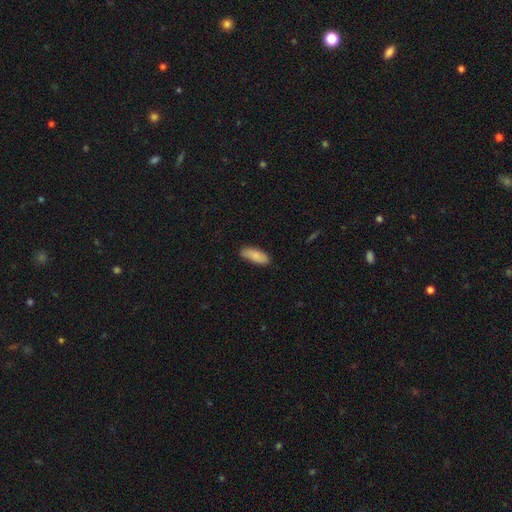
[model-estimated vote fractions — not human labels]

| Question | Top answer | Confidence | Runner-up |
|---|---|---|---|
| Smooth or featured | smooth | 85% | featured or disk (9%) |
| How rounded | in between | 75% | cigar-shaped (23%) |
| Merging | none | 83% | minor disturbance (14%) |